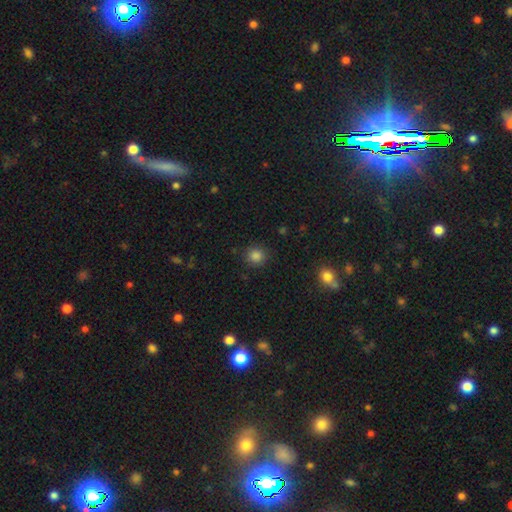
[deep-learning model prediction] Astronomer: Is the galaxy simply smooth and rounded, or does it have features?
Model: smooth — 84%.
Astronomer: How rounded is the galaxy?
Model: round — 90%.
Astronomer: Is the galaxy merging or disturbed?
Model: none — 89%.